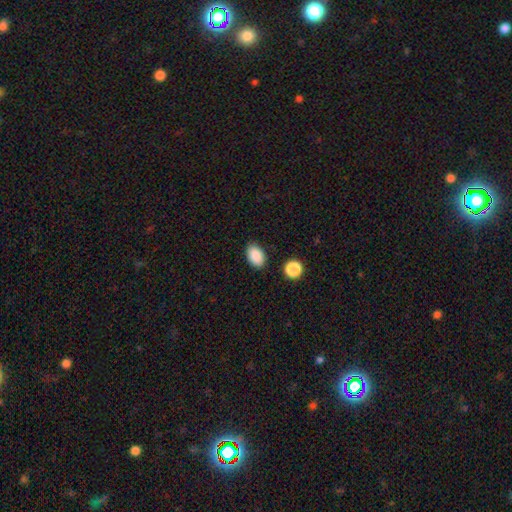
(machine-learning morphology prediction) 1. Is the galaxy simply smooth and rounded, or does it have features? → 88% smooth, 8% star or artifact, 4% featured or disk.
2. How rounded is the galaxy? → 89% in between, 10% round, 1% cigar-shaped.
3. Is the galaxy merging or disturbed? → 86% none, 10% minor disturbance, 2% merger, 2% major disturbance.